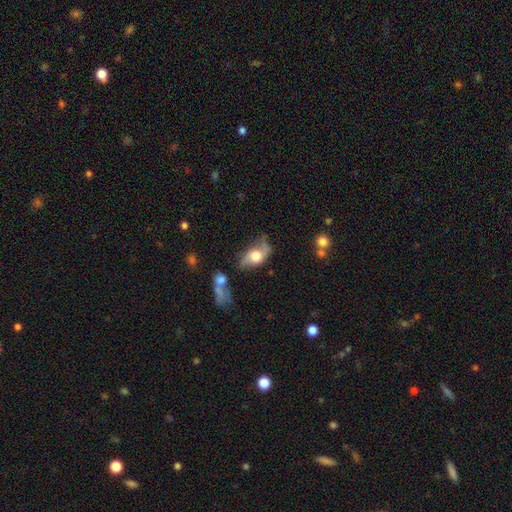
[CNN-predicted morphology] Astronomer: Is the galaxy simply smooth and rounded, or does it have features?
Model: featured or disk — 59%.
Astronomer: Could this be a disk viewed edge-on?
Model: no — 88%.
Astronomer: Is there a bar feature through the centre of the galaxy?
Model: no — 73%.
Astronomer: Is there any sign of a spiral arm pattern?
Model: yes — 79%.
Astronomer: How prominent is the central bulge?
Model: large — 47% (runner-up: moderate, 41%).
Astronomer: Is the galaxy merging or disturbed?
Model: none — 50% (runner-up: minor disturbance, 26%).